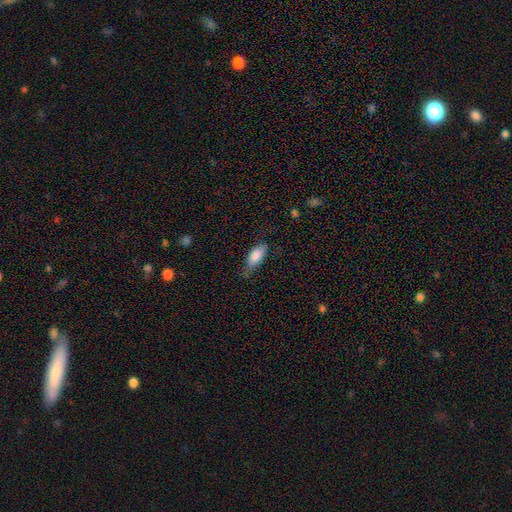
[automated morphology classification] This appears to be a smooth galaxy with no disk features (82%) that is in between round and cigar-shaped (81%). Merging: none (58%).